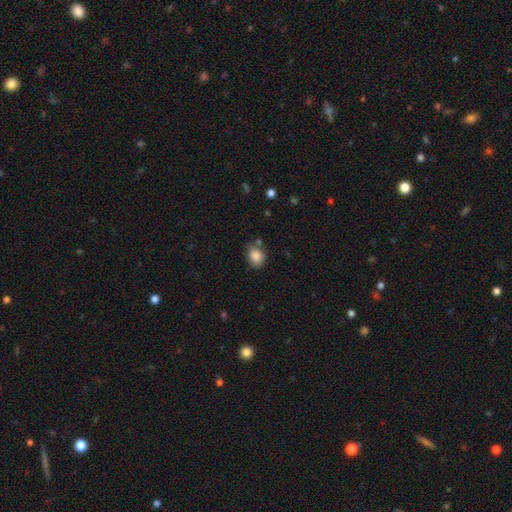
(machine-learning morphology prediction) Q: Smooth or featured?
A: smooth (85%); runner-up: star or artifact (9%)
Q: How rounded?
A: round (51%); runner-up: in between (48%)
Q: Merging?
A: none (63%); runner-up: minor disturbance (25%)